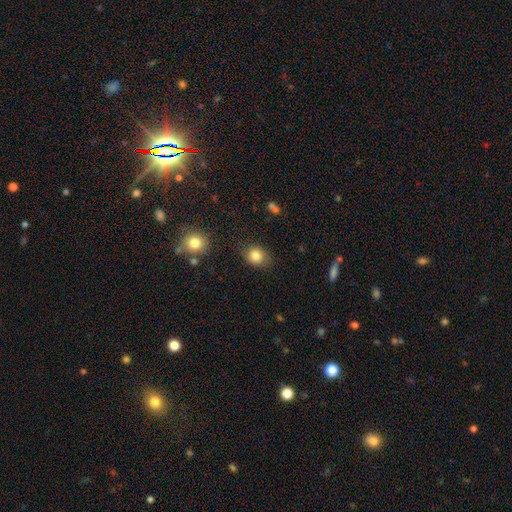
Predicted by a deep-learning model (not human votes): A smooth galaxy with no disk features (83%) that is round (59%).

Vote fractions:
- Smooth or featured? smooth: 83% / star or artifact: 10% / featured or disk: 7%
- How rounded? round: 59% / in between: 40% / cigar-shaped: 1%
- Merging? none: 80% / minor disturbance: 15% / major disturbance: 4% / merger: 2%